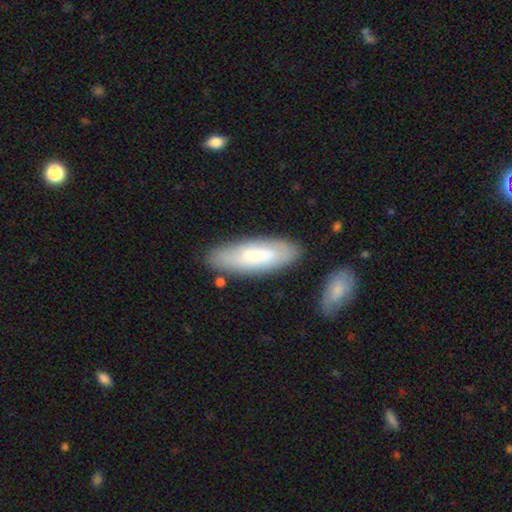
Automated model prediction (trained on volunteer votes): Q: Smooth or featured?
A: smooth (67%); runner-up: featured or disk (27%)
Q: How rounded?
A: in between (61%); runner-up: cigar-shaped (37%)
Q: Merging?
A: none (78%); runner-up: minor disturbance (14%)